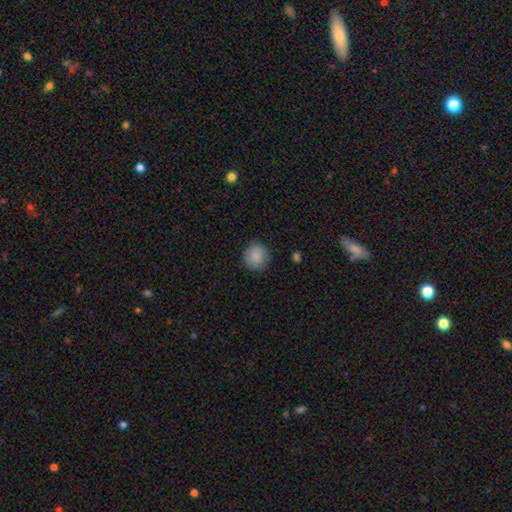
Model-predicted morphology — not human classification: Q: Smooth or featured?
A: smooth (88%); runner-up: star or artifact (8%)
Q: How rounded?
A: round (90%); runner-up: in between (9%)
Q: Merging?
A: none (88%); runner-up: minor disturbance (8%)